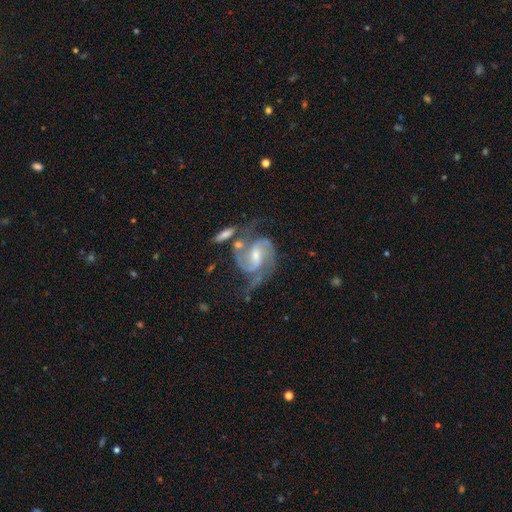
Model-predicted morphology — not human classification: Smooth or featured? featured or disk (91%)
Edge-on disk? no (97%)
Bar? weak (52%)
Spiral arms? yes (98%)
Spiral winding? medium (57%)
Spiral arm count? 2 (87%)
Bulge size? small (47%)
Merging? none (53%)